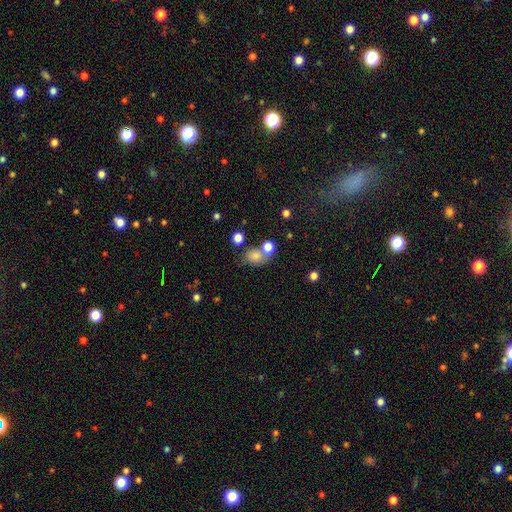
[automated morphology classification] Smooth or featured? Predicted: smooth (p=0.78). How rounded? Predicted: in between (p=0.57). Merging? Predicted: none (p=0.51).